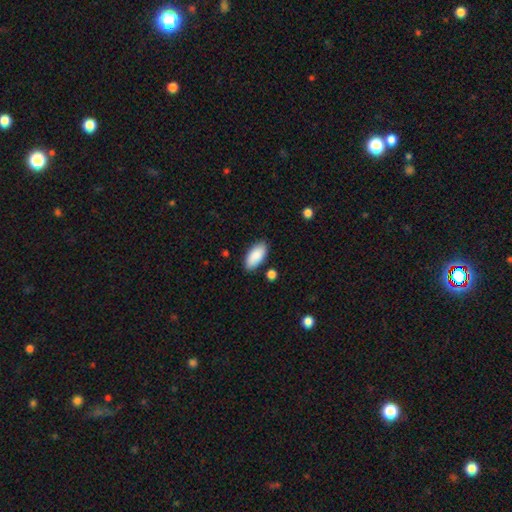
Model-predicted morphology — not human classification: This is clearly a smooth galaxy (89%). How rounded: clearly in between (92%). Merging: clearly none (83%).